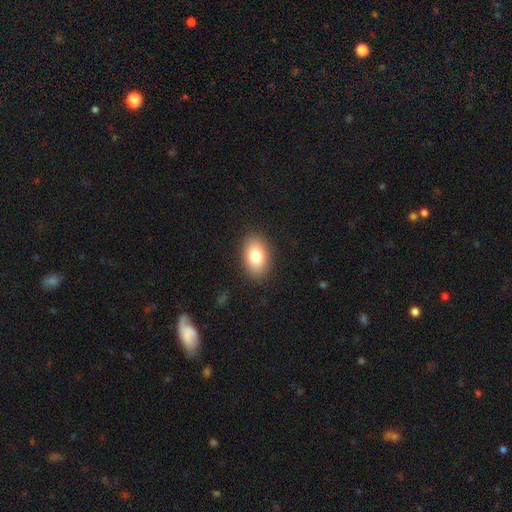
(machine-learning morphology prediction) Smooth or featured: smooth — 83% (featured or disk — 10%)
How rounded: in between — 90% (round — 8%)
Merging: none — 88% (minor disturbance — 8%)